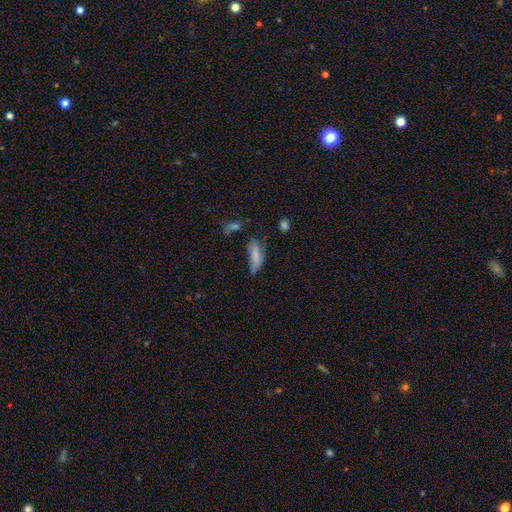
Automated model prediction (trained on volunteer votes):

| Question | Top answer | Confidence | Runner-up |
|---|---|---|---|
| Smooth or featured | smooth | 72% | featured or disk (16%) |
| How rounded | in between | 66% | cigar-shaped (31%) |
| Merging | minor disturbance | 33% | none (30%) |